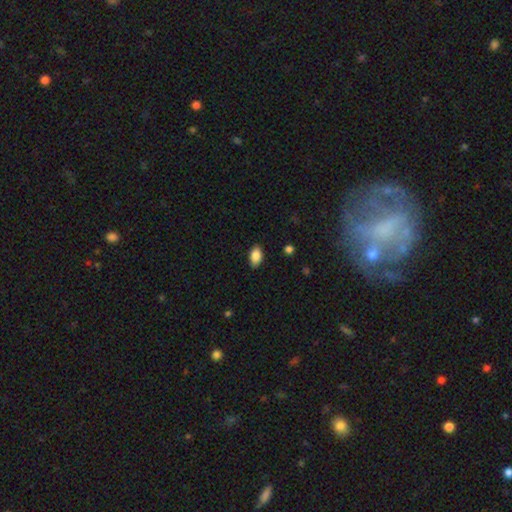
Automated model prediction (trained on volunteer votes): Smooth or featured: smooth — 87% (star or artifact — 8%)
How rounded: in between — 92% (round — 6%)
Merging: none — 86% (minor disturbance — 10%)